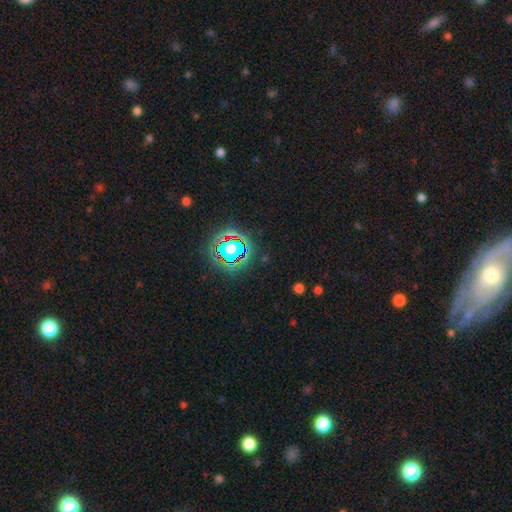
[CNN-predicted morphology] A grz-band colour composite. It shows a star or artifact, not a galaxy (79%).